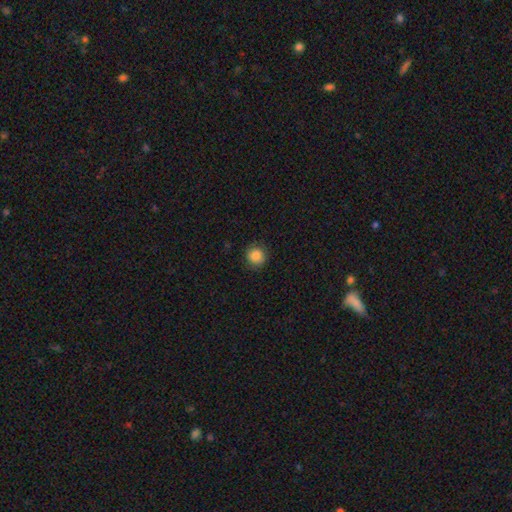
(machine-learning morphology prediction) The model was most divided on "smooth or featured": smooth: 86%, star or artifact: 10%, featured or disk: 4%. More confident: how rounded — round (93%); merging — none (87%).